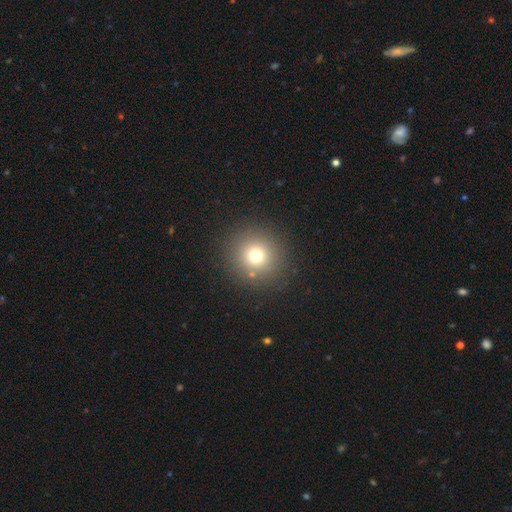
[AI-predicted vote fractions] The model was most divided on "smooth or featured": smooth: 72%, star or artifact: 17%, featured or disk: 11%. More confident: how rounded — round (93%); merging — none (88%).